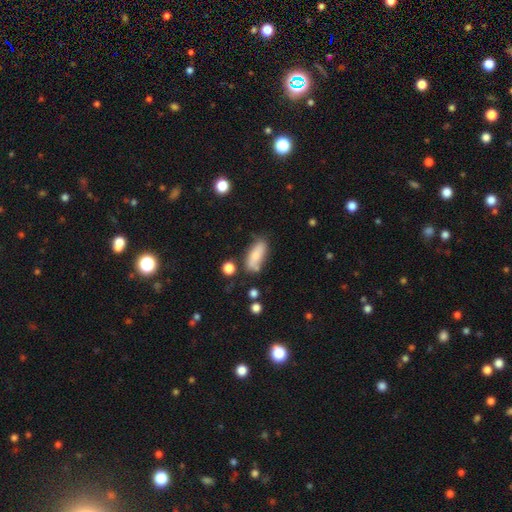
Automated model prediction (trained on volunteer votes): This is likely a smooth galaxy (75%). How rounded: likely in between (73%). Merging: likely none (62%).